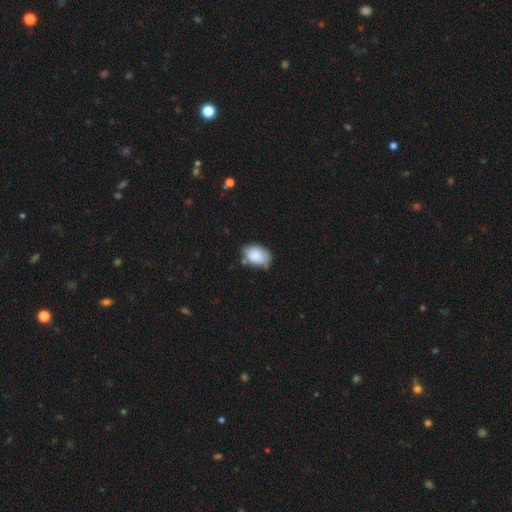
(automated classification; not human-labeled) smooth_or_featured: smooth (p=0.84) [alt: featured or disk p=0.10]
how_rounded: in between (p=0.85) [alt: round p=0.13]
merging: none (p=0.55) [alt: minor disturbance p=0.33]